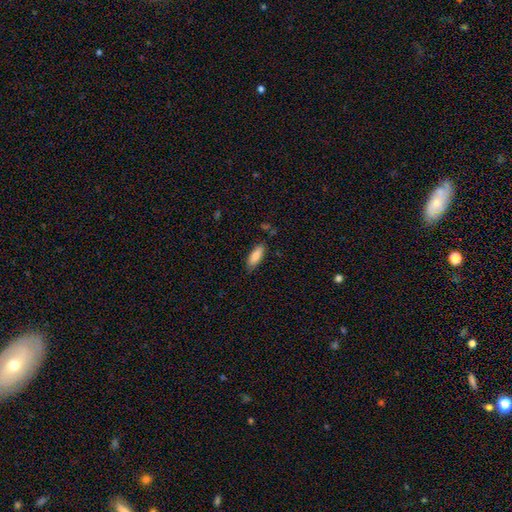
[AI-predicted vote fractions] smooth-or-featured: smooth: 83% | featured or disk: 10% | star or artifact: 6%
  how-rounded: in between: 65% | cigar-shaped: 33% | round: 2%
  merging: none: 82% | minor disturbance: 14% | major disturbance: 3% | merger: 2%